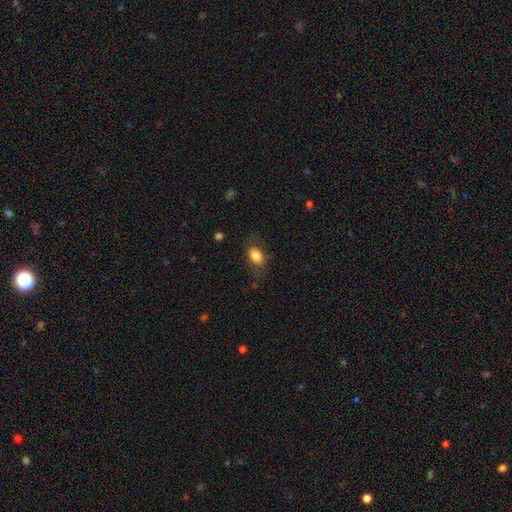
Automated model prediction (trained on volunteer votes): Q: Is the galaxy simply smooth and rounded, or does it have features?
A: smooth — 82%.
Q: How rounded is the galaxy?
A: in between — 87%.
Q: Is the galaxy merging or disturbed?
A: none — 73%.